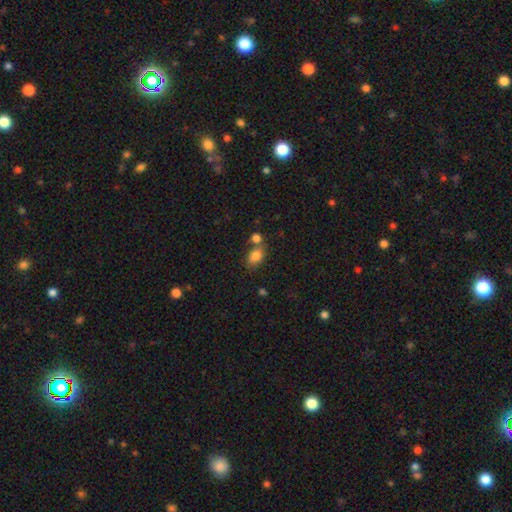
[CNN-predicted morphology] A smooth galaxy with no disk features (82%) that is in between round and cigar-shaped (77%). Merging: none (53%).